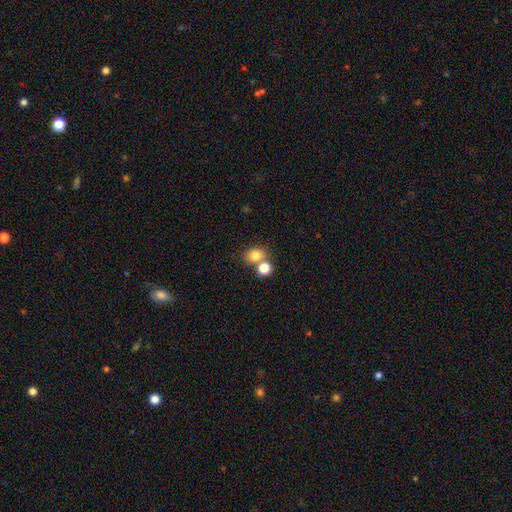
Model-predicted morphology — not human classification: Overall: smooth (79%). How rounded: round (62%; in between 37%). Merging: none (54%; merger 34%).